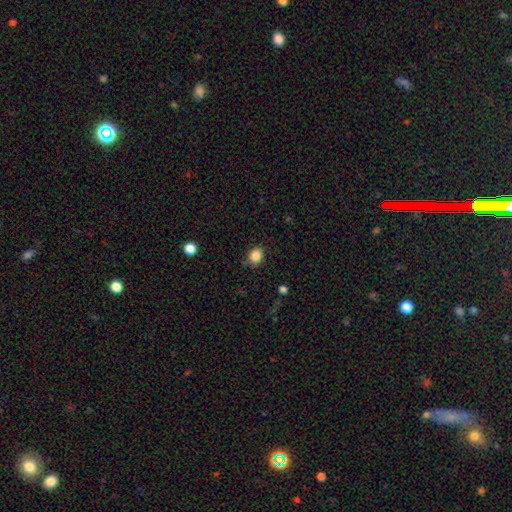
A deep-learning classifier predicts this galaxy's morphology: type=smooth (85%); roundness=round (70%); merging=none (81%).